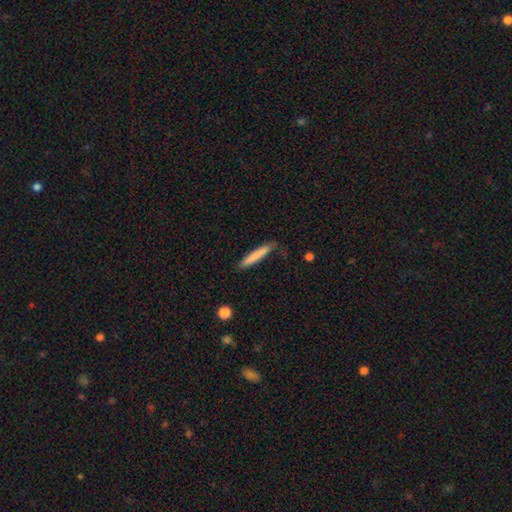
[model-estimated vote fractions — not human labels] A smooth galaxy with no disk features (77%) that is cigar-shaped (94%). Merging: none (76%).